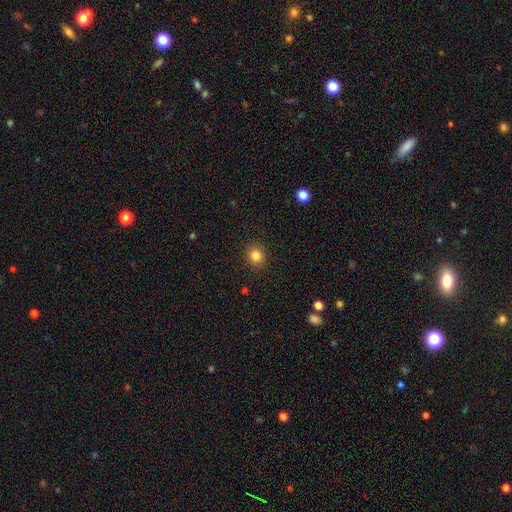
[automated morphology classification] This appears to be a smooth galaxy with no disk features (84%) that is round (79%). Merging: none (91%).